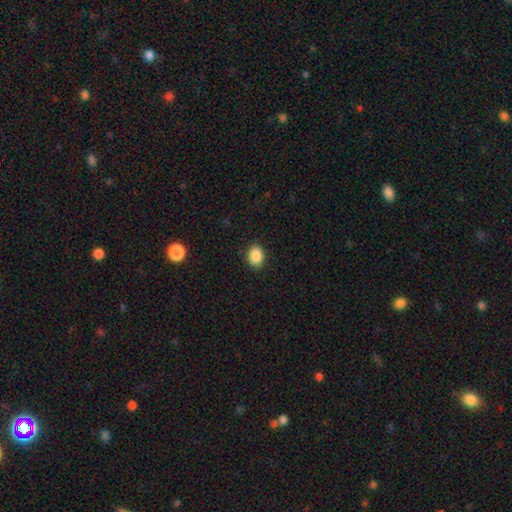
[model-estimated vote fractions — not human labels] Smooth or featured?
  - smooth: 88% *
  - star or artifact: 9%
  - featured or disk: 3%
How rounded?
  - in between: 55% *
  - round: 44%
  - cigar-shaped: 1%
Merging?
  - none: 88% *
  - minor disturbance: 9%
  - major disturbance: 2%
  - merger: 1%